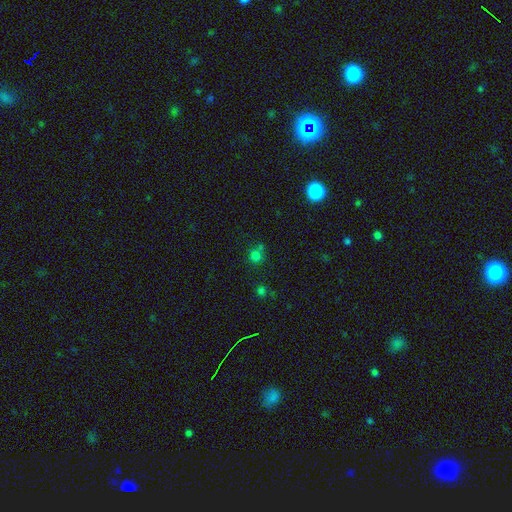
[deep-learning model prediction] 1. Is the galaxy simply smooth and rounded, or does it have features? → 71% smooth, 22% star or artifact, 7% featured or disk.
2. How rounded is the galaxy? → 89% round, 10% in between, 1% cigar-shaped.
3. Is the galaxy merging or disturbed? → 61% none, 24% merger, 10% minor disturbance, 4% major disturbance.